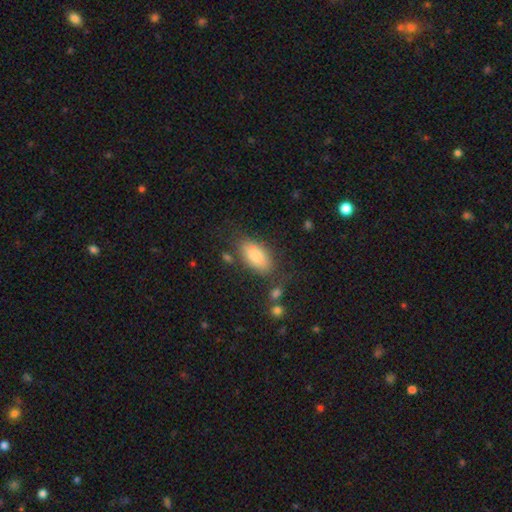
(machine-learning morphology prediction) This appears to be a smooth galaxy with no disk features (84%) that is in between round and cigar-shaped (92%). Merging: none (69%).